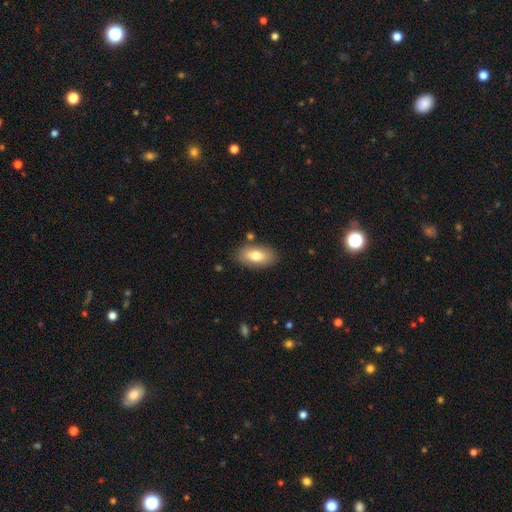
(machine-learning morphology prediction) Smooth or featured? smooth (76%)
How rounded? in between (91%)
Merging? none (83%)